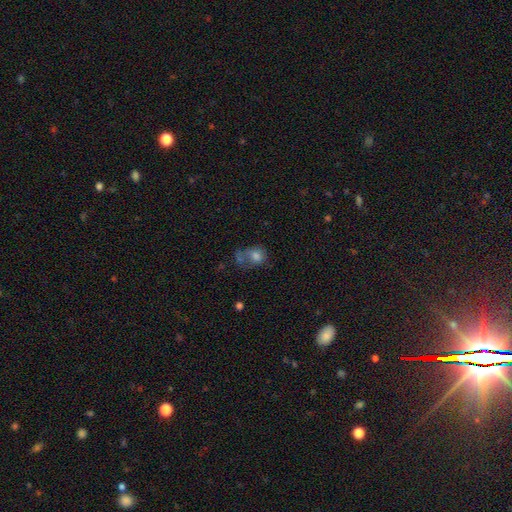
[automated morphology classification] Overall: smooth (68%). How rounded: in between (52%; round 47%). Merging: merger (29%; none 26%).